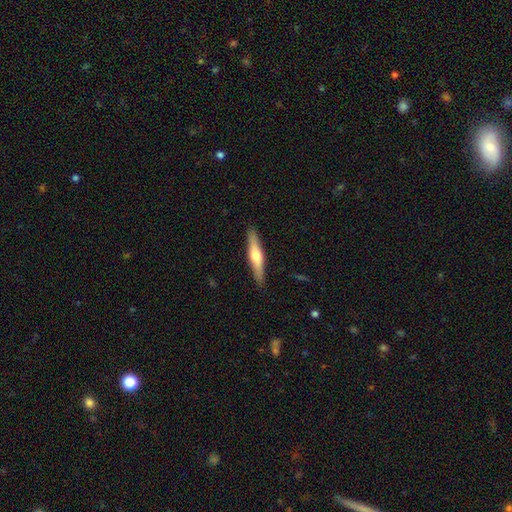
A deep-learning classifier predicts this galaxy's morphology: Smooth or featured? Predicted: featured or disk (p=0.54). Edge-on disk? Predicted: yes (p=0.95). Edge-on bulge? Predicted: rounded (p=0.88). Merging? Predicted: none (p=0.90).